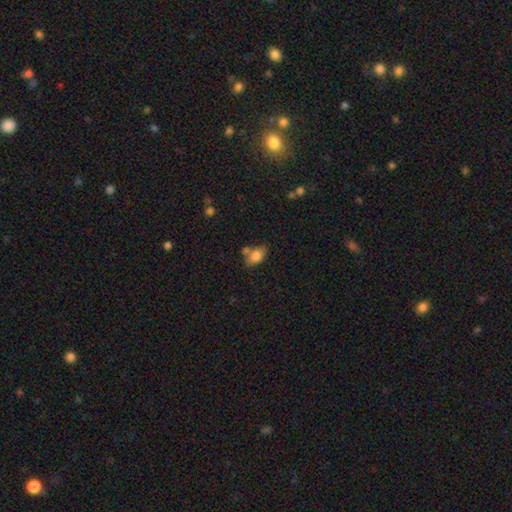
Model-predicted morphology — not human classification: Smooth or featured?
  - smooth: 82% *
  - featured or disk: 10%
  - star or artifact: 8%
How rounded?
  - in between: 87% *
  - round: 10%
  - cigar-shaped: 2%
Merging?
  - none: 52% *
  - merger: 21%
  - minor disturbance: 21%
  - major disturbance: 6%